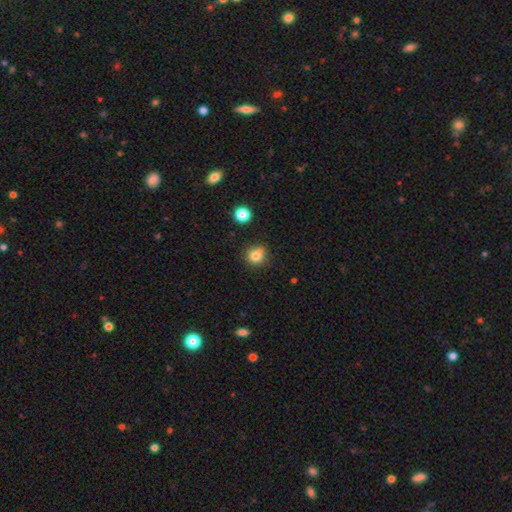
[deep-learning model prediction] A smooth galaxy with no disk features (81%) that is round (82%).

Vote fractions:
- Smooth or featured? smooth: 81% / star or artifact: 12% / featured or disk: 7%
- How rounded? round: 82% / in between: 17% / cigar-shaped: 1%
- Merging? none: 72% / minor disturbance: 19% / major disturbance: 4% / merger: 4%